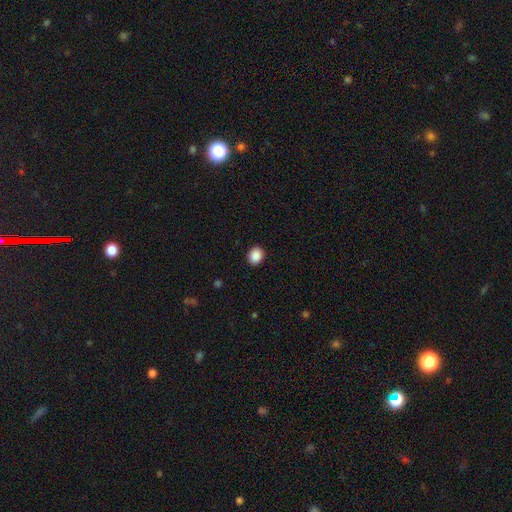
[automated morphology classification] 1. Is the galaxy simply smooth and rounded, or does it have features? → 89% smooth, 8% star or artifact, 3% featured or disk.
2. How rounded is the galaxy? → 61% round, 39% in between, 1% cigar-shaped.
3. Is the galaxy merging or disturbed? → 91% none, 6% minor disturbance, 2% major disturbance, 1% merger.